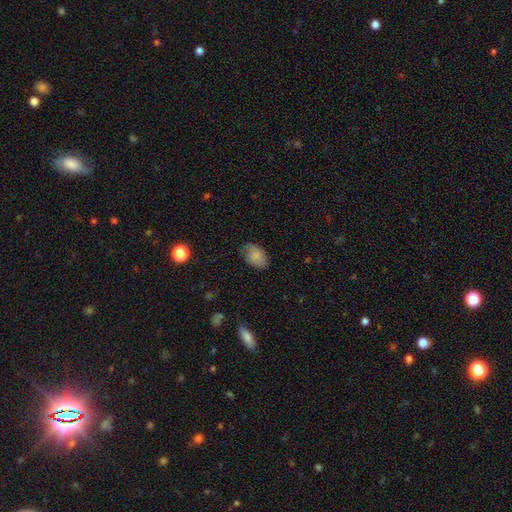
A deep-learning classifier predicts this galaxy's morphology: A smooth galaxy with no disk features (74%) that is in between round and cigar-shaped (88%). Merging: none (74%).